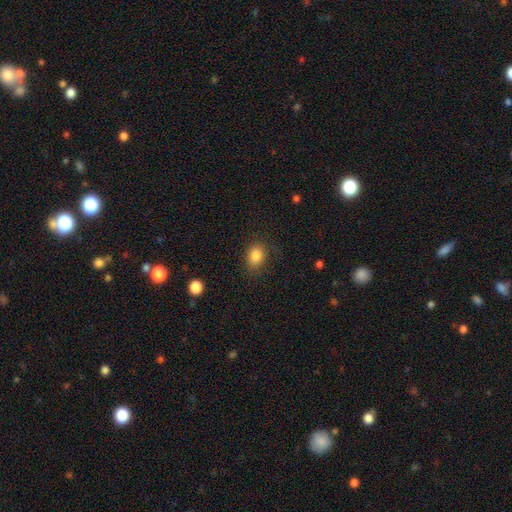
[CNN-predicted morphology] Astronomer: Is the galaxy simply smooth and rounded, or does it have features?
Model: smooth — 84%.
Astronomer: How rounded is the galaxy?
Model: in between — 59% (runner-up: round, 40%).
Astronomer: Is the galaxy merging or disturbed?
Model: none — 79%.